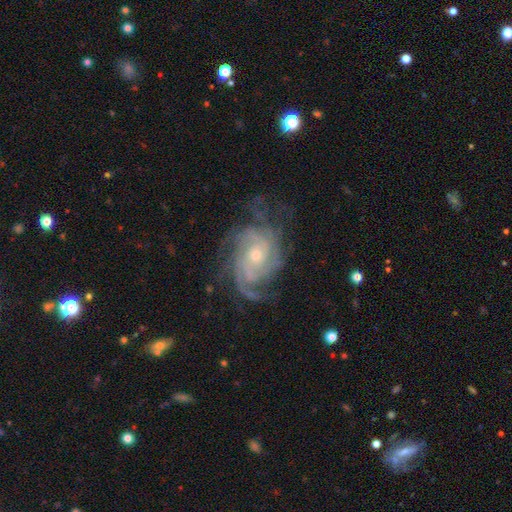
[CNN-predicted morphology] Smooth or featured? Predicted: featured or disk (p=0.89). Edge-on disk? Predicted: no (p=0.97). Bar? Predicted: no (p=0.74). Spiral arms? Predicted: yes (p=0.97). Spiral winding? Predicted: tight (p=0.59). Spiral arm count? Predicted: 3 (p=0.23, tied with 4 and can't tell). Bulge size? Predicted: small (p=0.58). Merging? Predicted: none (p=0.65).